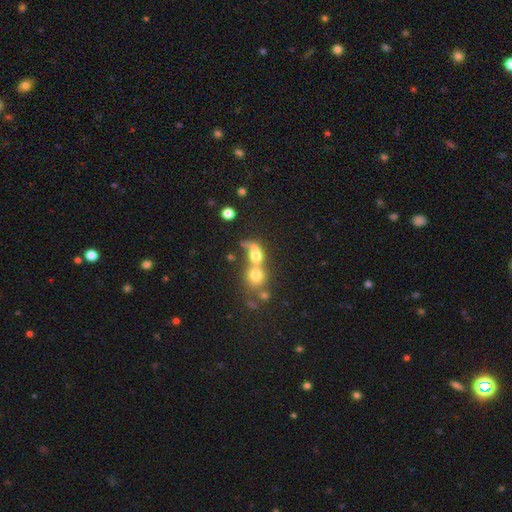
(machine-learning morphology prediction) A smooth galaxy with no disk features (60%) that is round (51%). Merging: merger (70%).